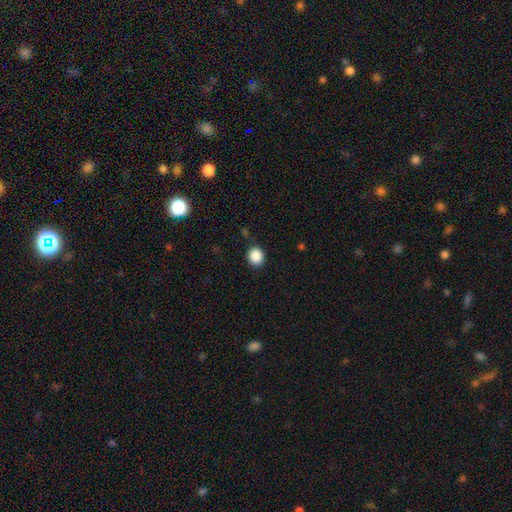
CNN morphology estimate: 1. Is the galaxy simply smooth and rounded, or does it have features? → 87% smooth, 10% star or artifact, 3% featured or disk.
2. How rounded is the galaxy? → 73% round, 26% in between, 1% cigar-shaped.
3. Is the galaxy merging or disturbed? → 84% none, 11% minor disturbance, 3% major disturbance, 2% merger.